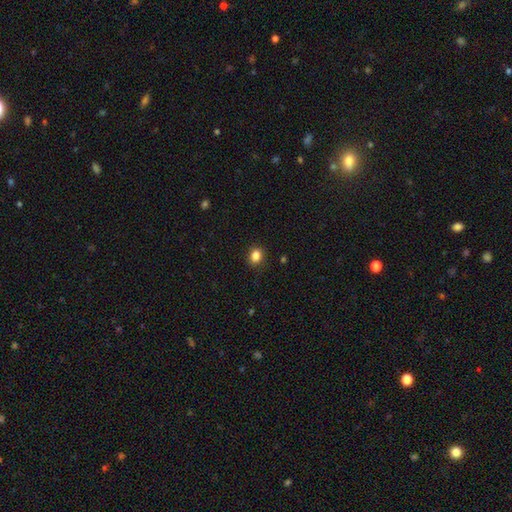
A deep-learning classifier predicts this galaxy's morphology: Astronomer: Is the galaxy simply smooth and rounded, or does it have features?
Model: smooth — 86%.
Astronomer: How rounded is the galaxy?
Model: round — 51% (runner-up: in between, 48%).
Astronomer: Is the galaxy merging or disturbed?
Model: none — 88%.